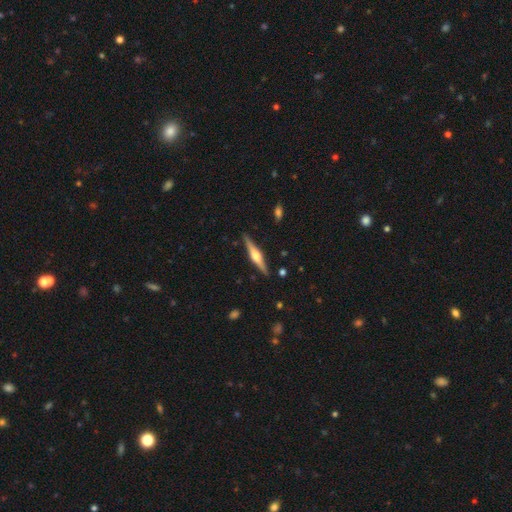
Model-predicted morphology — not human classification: The model was most divided on "smooth or featured": featured or disk: 74%, smooth: 21%, star or artifact: 5%. More confident: edge-on disk — yes (98%); merging — none (90%); edge-on bulge — rounded (89%).